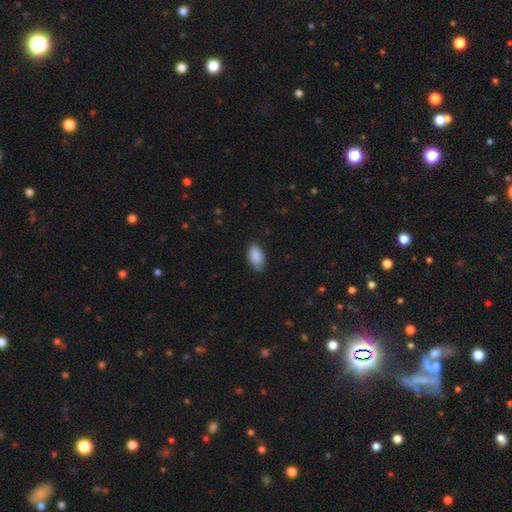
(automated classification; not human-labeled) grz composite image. It shows a smooth galaxy with no disk features (89%) that is in between round and cigar-shaped (94%). Merging: none (78%).